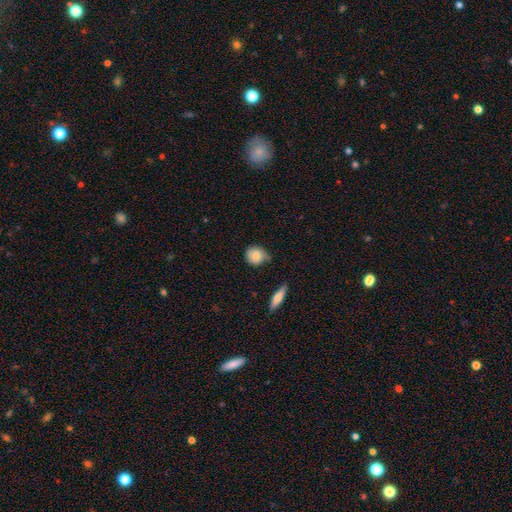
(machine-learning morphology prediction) A smooth galaxy with no disk features (79%) that is round (76%). Merging: none (63%).